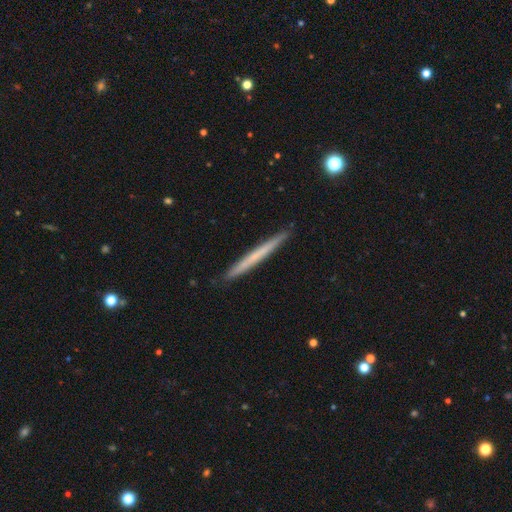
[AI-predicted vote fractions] Smooth or featured? smooth (54%)
How rounded? cigar-shaped (97%)
Merging? none (91%)